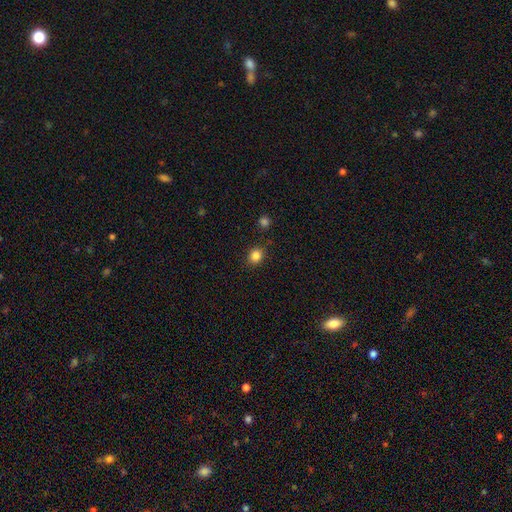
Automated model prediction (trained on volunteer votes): This appears to be a smooth galaxy with no disk features (84%) that is round (69%). Merging: none (87%).